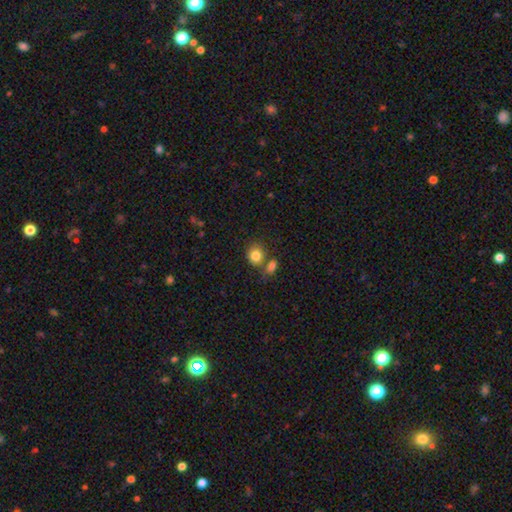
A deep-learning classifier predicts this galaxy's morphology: A smooth galaxy with no disk features (84%) that is round (71%).

Vote fractions:
- Smooth or featured? smooth: 84% / star or artifact: 9% / featured or disk: 7%
- How rounded? round: 71% / in between: 28% / cigar-shaped: 1%
- Merging? none: 54% / merger: 29% / minor disturbance: 12% / major disturbance: 4%